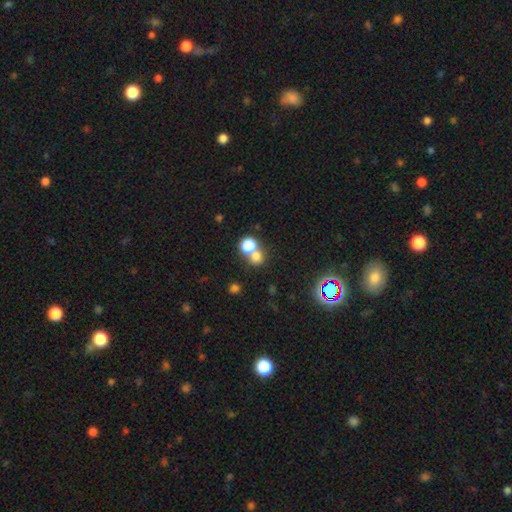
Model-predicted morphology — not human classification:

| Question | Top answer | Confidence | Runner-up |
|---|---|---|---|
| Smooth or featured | smooth | 74% | star or artifact (16%) |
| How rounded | round | 81% | in between (17%) |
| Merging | merger | 46% | none (45%) |